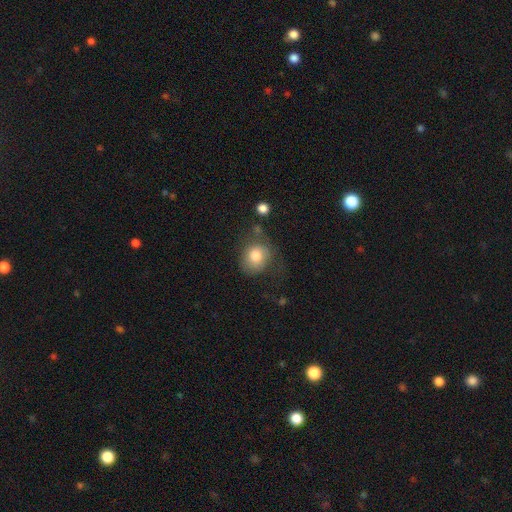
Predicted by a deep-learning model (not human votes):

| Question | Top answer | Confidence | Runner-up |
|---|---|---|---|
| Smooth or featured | smooth | 78% | featured or disk (13%) |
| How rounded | round | 69% | in between (30%) |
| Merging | none | 56% | minor disturbance (24%) |